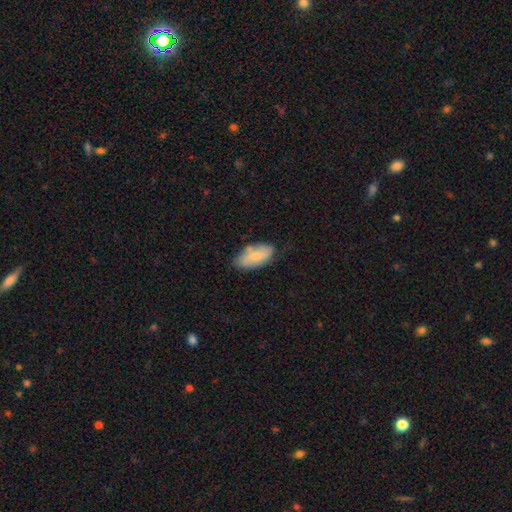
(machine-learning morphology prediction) smooth_or_featured: smooth (p=0.68) [alt: featured or disk p=0.26]
how_rounded: in between (p=0.92) [alt: cigar-shaped p=0.05]
merging: none (p=0.66) [alt: minor disturbance p=0.23]